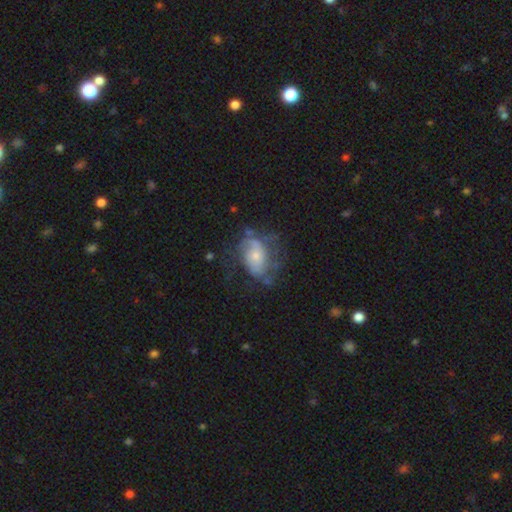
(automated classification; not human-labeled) The model was most divided on "spiral arms": yes: 57%, no: 43%. Remaining: edge-on disk — no (95%); bar — no (76%); smooth or featured — featured or disk (55%); bulge size — small (53%); merging — none (46%).